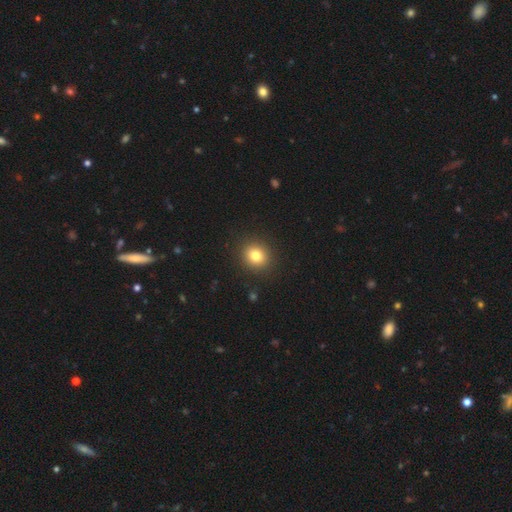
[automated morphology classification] Smooth or featured? smooth (81%)
How rounded? round (75%)
Merging? none (90%)